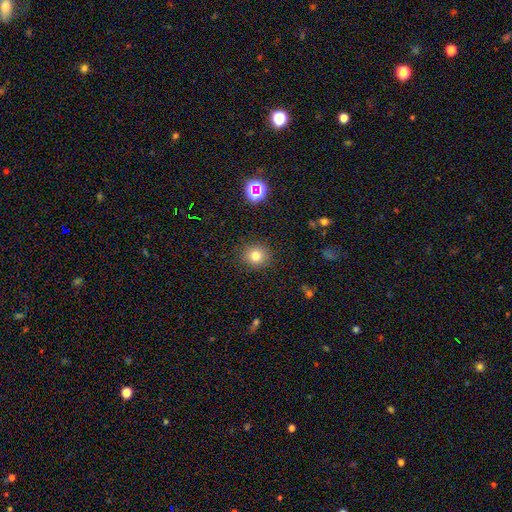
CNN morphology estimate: type=smooth (77%); roundness=round (88%); merging=none (89%).